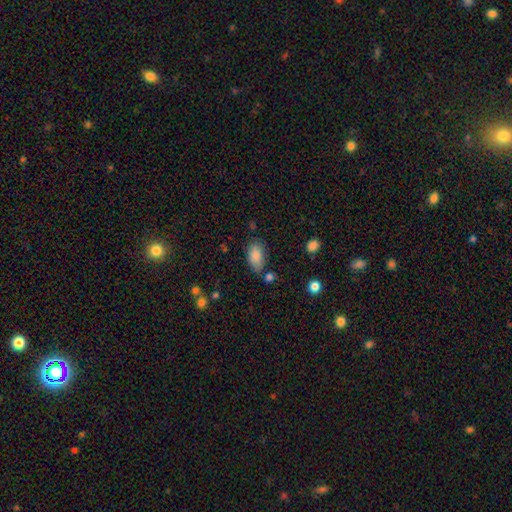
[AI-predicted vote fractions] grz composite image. It shows a smooth galaxy with no disk features (85%) that is in between round and cigar-shaped (93%). Merging: none (69%).